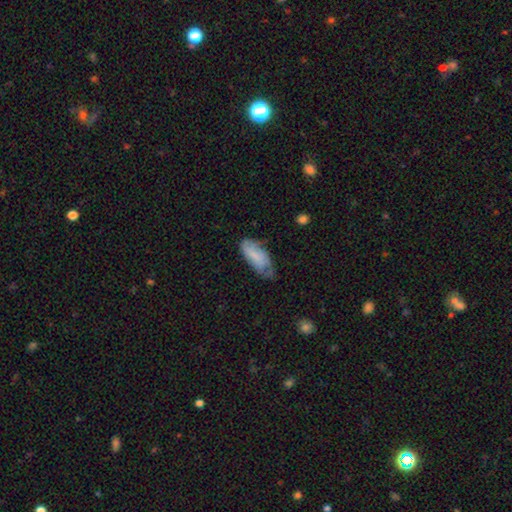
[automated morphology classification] Smooth or featured? smooth (70%)
How rounded? in between (85%)
Merging? none (44%)